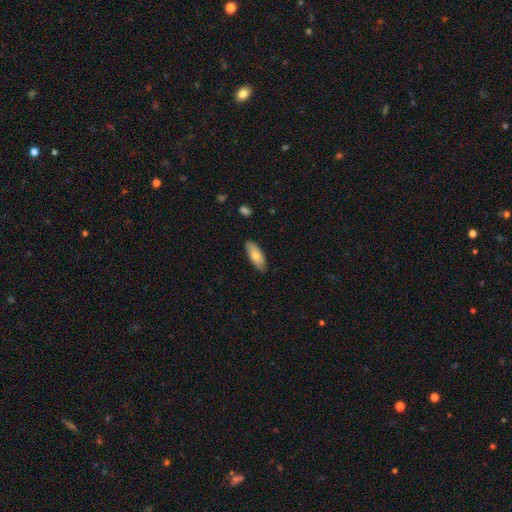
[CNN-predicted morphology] smooth 74%, featured or disk 20%, star or artifact 6%. Down the decision tree: how rounded — in between (70%); merging — none (86%).